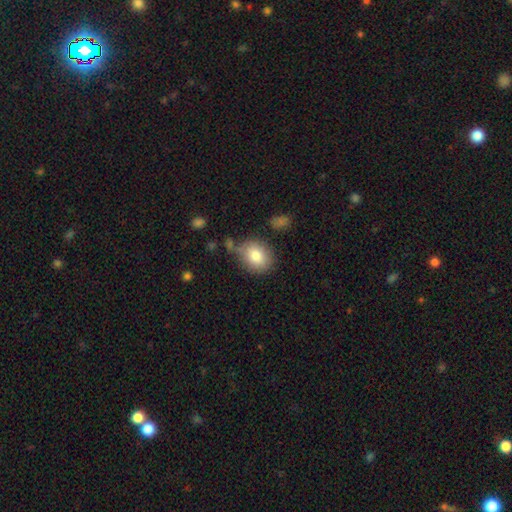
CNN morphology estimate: The model was most divided on "how rounded": in between: 50%, round: 49%, cigar-shaped: 1%. More confident: smooth or featured — smooth (83%); merging — none (68%).